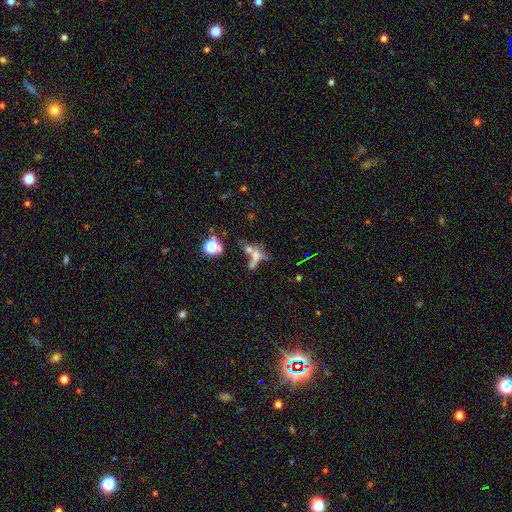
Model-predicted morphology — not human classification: The model was most divided on "merging": merger: 45%, none: 32%, major disturbance: 14%, minor disturbance: 10%. Remaining: smooth or featured — smooth (44%).